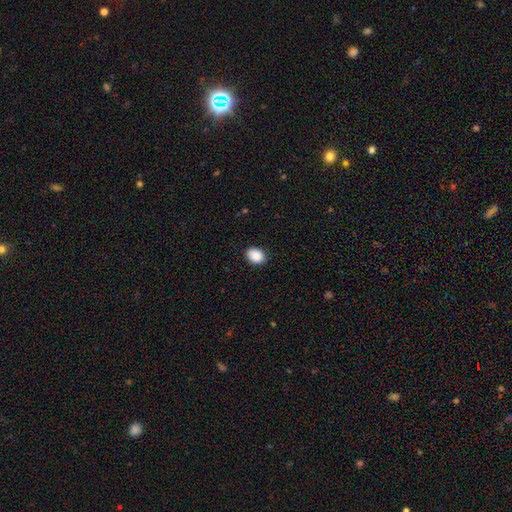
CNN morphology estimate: This appears to be a smooth galaxy with no disk features (89%) that is in between round and cigar-shaped (62%). Merging: none (86%).